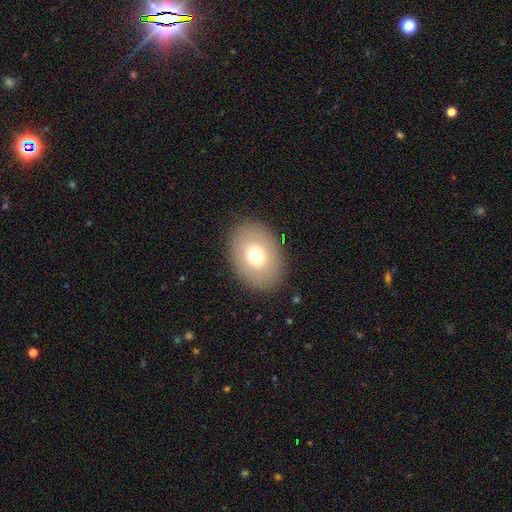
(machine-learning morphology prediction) A smooth galaxy with no disk features (71%) that is in between round and cigar-shaped (70%).

Vote fractions:
- Smooth or featured? smooth: 71% / featured or disk: 19% / star or artifact: 10%
- How rounded? in between: 70% / round: 29% / cigar-shaped: 1%
- Merging? none: 87% / minor disturbance: 8% / major disturbance: 3% / merger: 1%